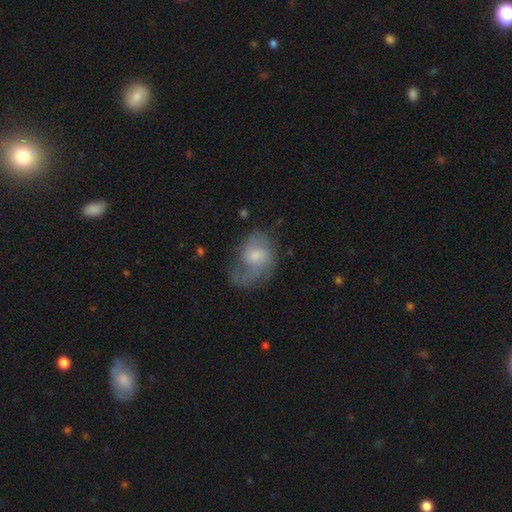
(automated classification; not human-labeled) Overall: featured or disk (56%; smooth 35%). Edge-on disk: no (97%). Bar: no (62%; weak 34%). Spiral arms: yes (80%). Bulge size: moderate (49%; small 36%). Merging: none (45%; minor disturbance 27%).